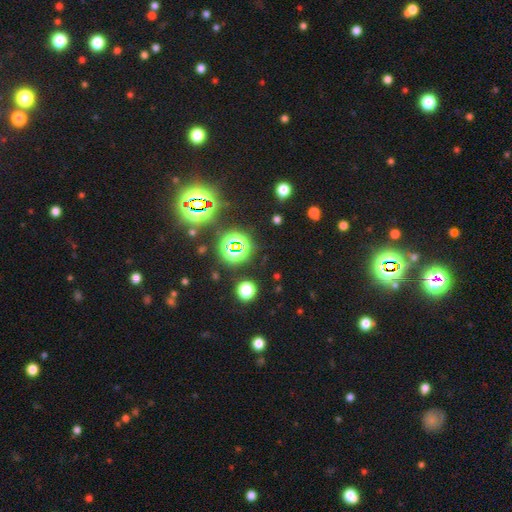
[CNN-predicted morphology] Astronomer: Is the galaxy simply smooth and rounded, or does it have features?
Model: star or artifact — 82%.